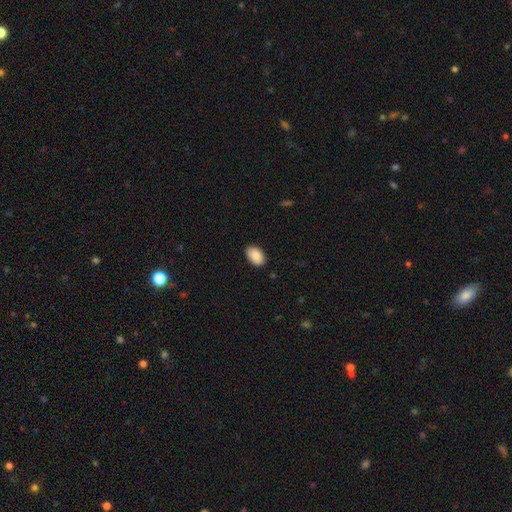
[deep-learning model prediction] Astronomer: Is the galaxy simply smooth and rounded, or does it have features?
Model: smooth — 89%.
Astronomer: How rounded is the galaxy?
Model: in between — 91%.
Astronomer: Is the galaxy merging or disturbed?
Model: none — 87%.